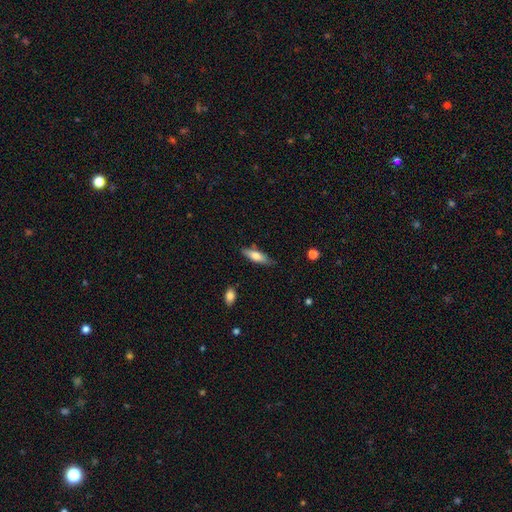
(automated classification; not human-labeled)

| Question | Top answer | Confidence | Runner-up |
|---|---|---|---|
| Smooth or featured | smooth | 66% | featured or disk (28%) |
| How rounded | cigar-shaped | 54% | in between (44%) |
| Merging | none | 81% | minor disturbance (14%) |